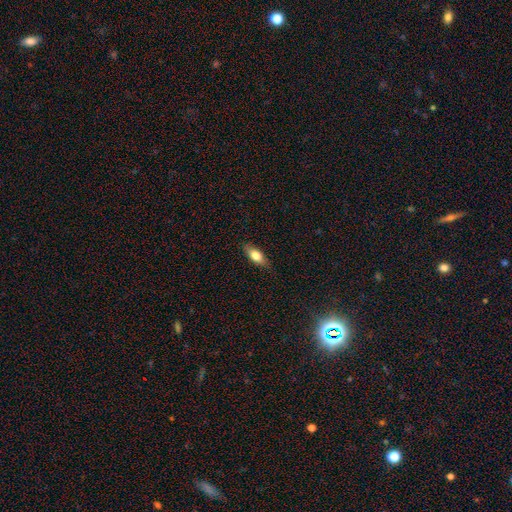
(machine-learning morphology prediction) smooth 72%, featured or disk 21%, star or artifact 7%. Down the decision tree: how rounded — in between (75%); merging — none (85%).